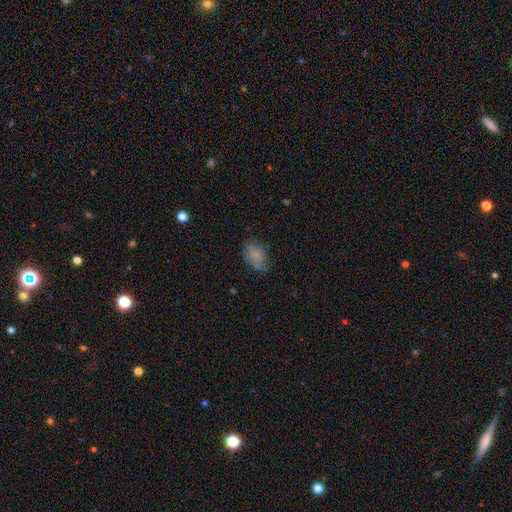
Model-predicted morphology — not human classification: Q: Smooth or featured?
A: smooth (76%); runner-up: featured or disk (15%)
Q: How rounded?
A: in between (85%); runner-up: round (13%)
Q: Merging?
A: none (62%); runner-up: minor disturbance (27%)